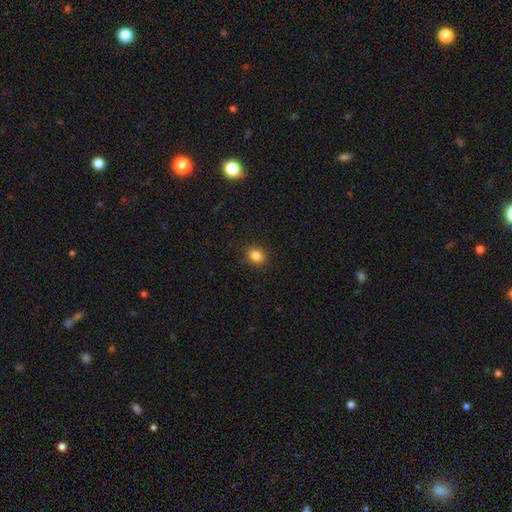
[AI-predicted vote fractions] A smooth galaxy with no disk features (84%) that is round (61%).

Vote fractions:
- Smooth or featured? smooth: 84% / star or artifact: 11% / featured or disk: 4%
- How rounded? round: 61% / in between: 38% / cigar-shaped: 1%
- Merging? none: 89% / minor disturbance: 8% / major disturbance: 2% / merger: 1%